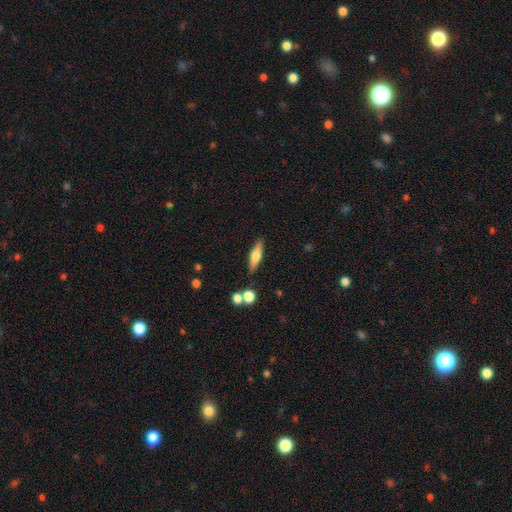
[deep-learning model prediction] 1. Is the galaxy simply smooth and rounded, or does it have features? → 50% smooth, 43% featured or disk, 7% star or artifact.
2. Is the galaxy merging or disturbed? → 83% none, 10% minor disturbance, 5% merger, 3% major disturbance.